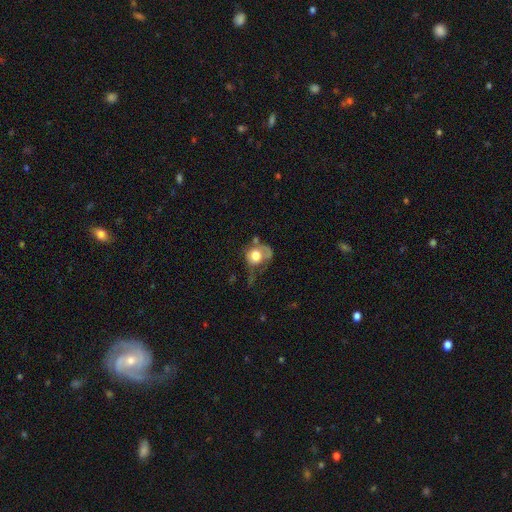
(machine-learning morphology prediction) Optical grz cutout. It shows a smooth galaxy with no disk features (62%) that is round (65%). Merging: major disturbance (40%).